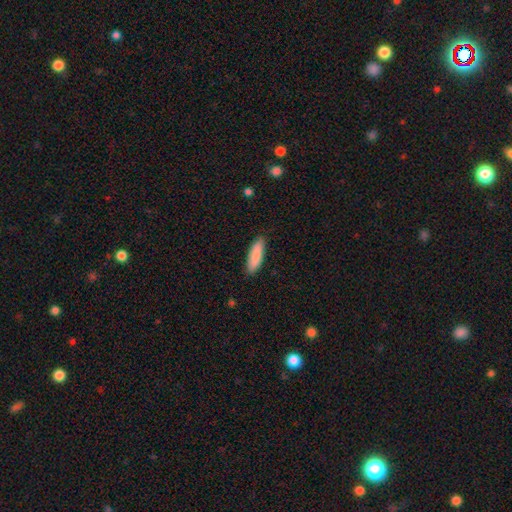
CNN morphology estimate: smooth-or-featured: smooth: 87% | featured or disk: 7% | star or artifact: 5%
  how-rounded: cigar-shaped: 54% | in between: 44% | round: 1%
  merging: none: 87% | minor disturbance: 11% | major disturbance: 2% | merger: 1%